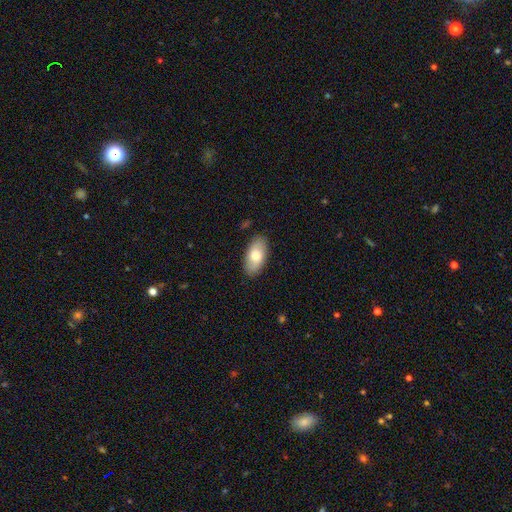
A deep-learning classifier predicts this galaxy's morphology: Smooth or featured: smooth — 76% (featured or disk — 18%)
How rounded: in between — 93% (cigar-shaped — 4%)
Merging: none — 87% (minor disturbance — 10%)